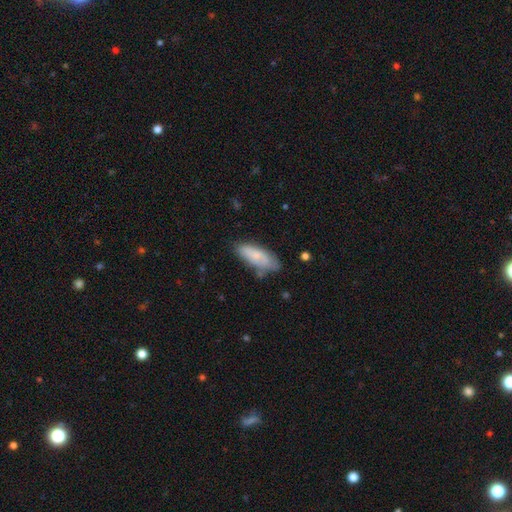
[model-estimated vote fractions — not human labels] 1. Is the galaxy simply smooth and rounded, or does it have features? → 76% smooth, 18% featured or disk, 7% star or artifact.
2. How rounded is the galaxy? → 71% in between, 27% cigar-shaped, 2% round.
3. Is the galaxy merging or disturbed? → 63% none, 26% minor disturbance, 6% major disturbance, 5% merger.